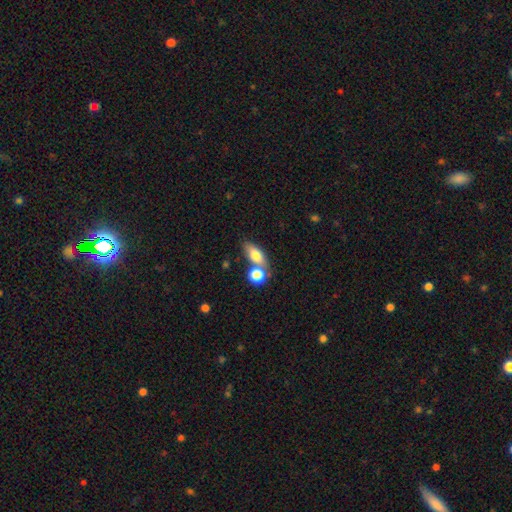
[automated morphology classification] This is likely a smooth galaxy (76%). How rounded: likely in between (75%). Merging: possibly none (49%).